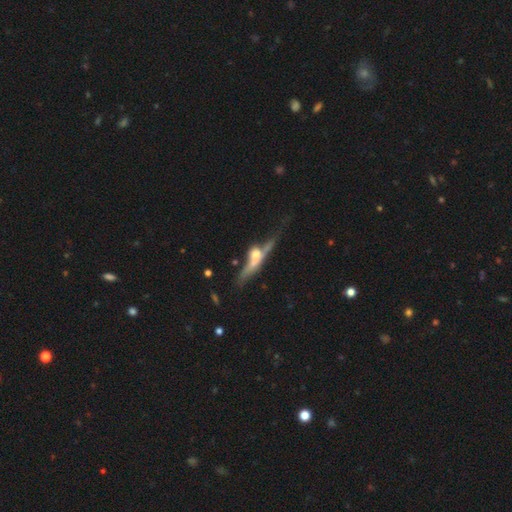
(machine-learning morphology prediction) type=featured or disk (61%); edge-on=yes (75%); merging=none (35%).